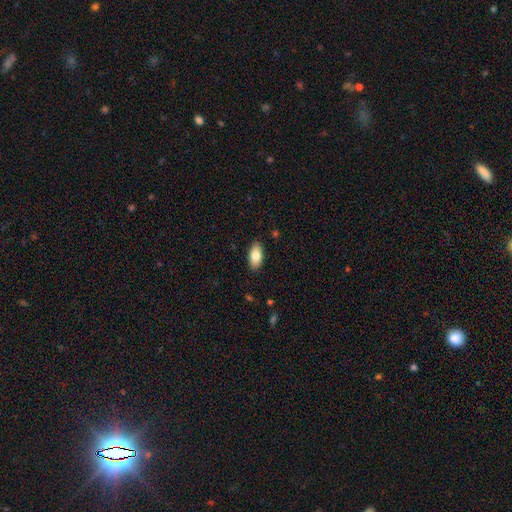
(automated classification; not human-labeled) smooth_or_featured: smooth (p=0.82) [alt: featured or disk p=0.11]
how_rounded: in between (p=0.92) [alt: cigar-shaped p=0.05]
merging: none (p=0.88) [alt: minor disturbance p=0.09]